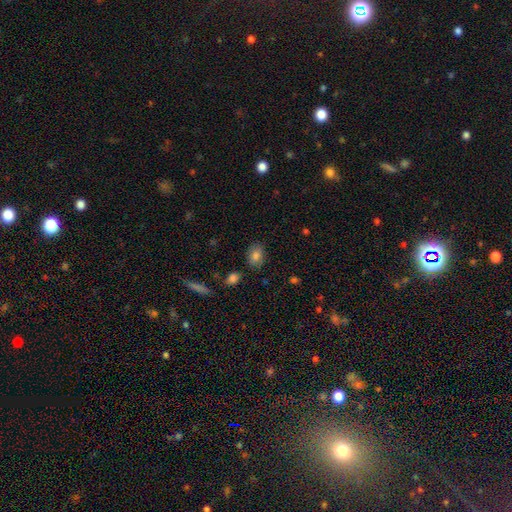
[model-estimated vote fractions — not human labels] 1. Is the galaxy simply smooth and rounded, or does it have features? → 82% smooth, 9% star or artifact, 9% featured or disk.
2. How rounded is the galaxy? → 74% in between, 25% round, 1% cigar-shaped.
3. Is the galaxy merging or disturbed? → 81% none, 13% minor disturbance, 3% major disturbance, 3% merger.